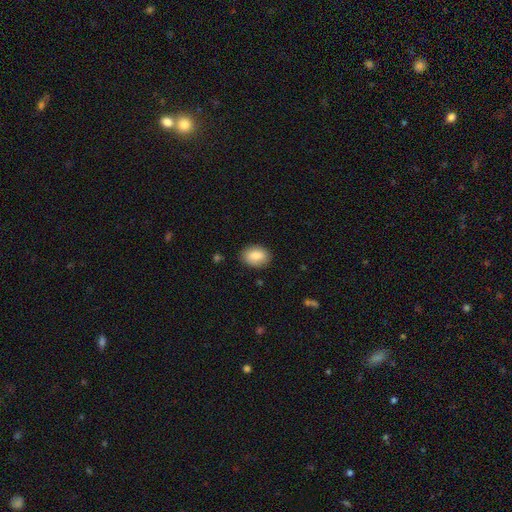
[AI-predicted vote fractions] The model was most divided on "how rounded": in between: 76%, round: 23%, cigar-shaped: 1%. More confident: merging — none (85%); smooth or featured — smooth (84%).